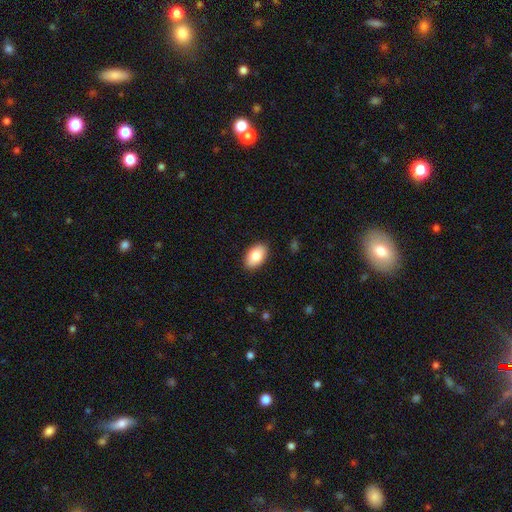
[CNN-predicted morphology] Smooth or featured? smooth (85%)
How rounded? in between (93%)
Merging? none (88%)